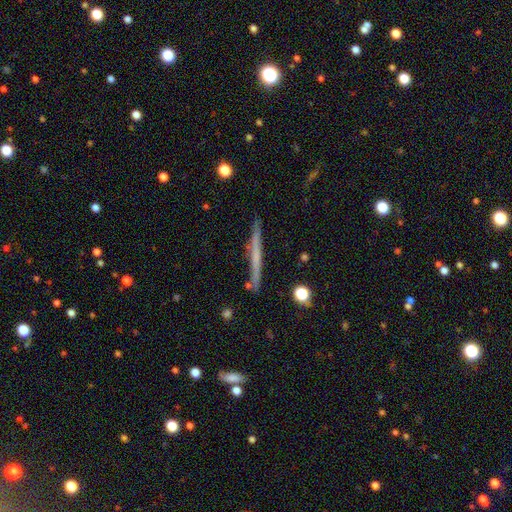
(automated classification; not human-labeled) This is possibly a featured or disk galaxy (52%). It is clearly viewed edge-on (97%). Edge-on bulge: clearly none (83%). Merging: clearly none (87%).